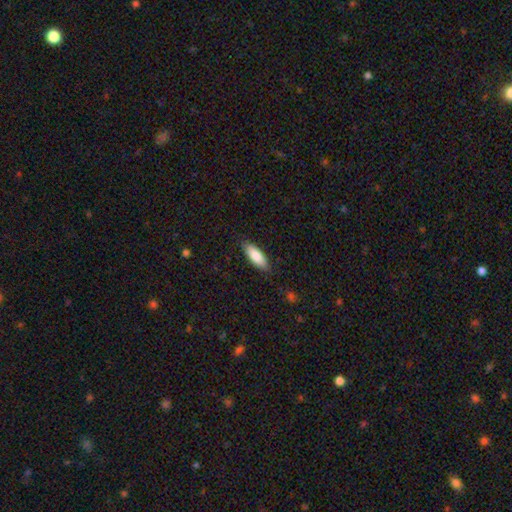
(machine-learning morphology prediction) type=smooth (83%); roundness=in between (70%); merging=none (85%).